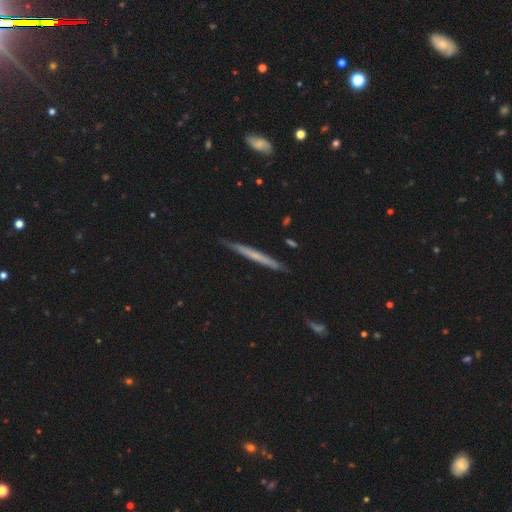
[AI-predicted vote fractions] A featured or disk galaxy (50%) viewed edge-on (95%). Merging: none (85%).